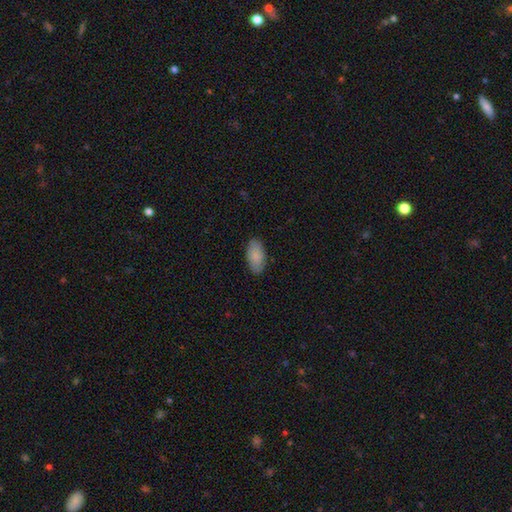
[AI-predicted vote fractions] Overall: smooth (87%). How rounded: in between (94%). Merging: none (87%).